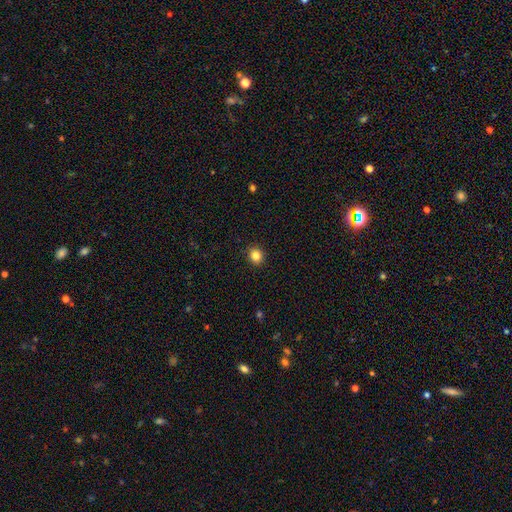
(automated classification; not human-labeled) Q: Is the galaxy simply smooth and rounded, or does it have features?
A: smooth — 84%.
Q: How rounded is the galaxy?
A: round — 81%.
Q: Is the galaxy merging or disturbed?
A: none — 92%.